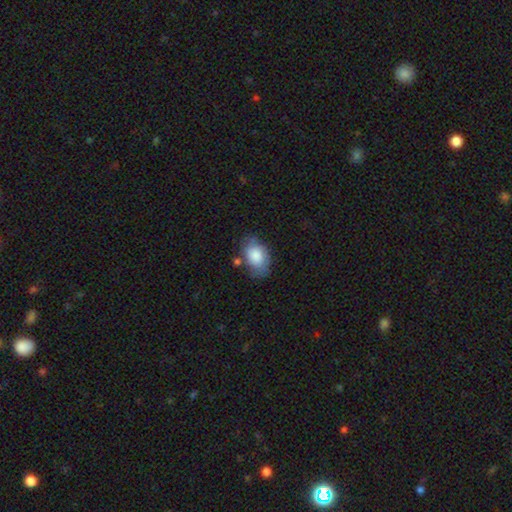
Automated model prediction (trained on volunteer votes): smooth_or_featured: smooth (p=0.80) [alt: featured or disk p=0.13]
how_rounded: in between (p=0.86) [alt: round p=0.13]
merging: none (p=0.60) [alt: minor disturbance p=0.26]